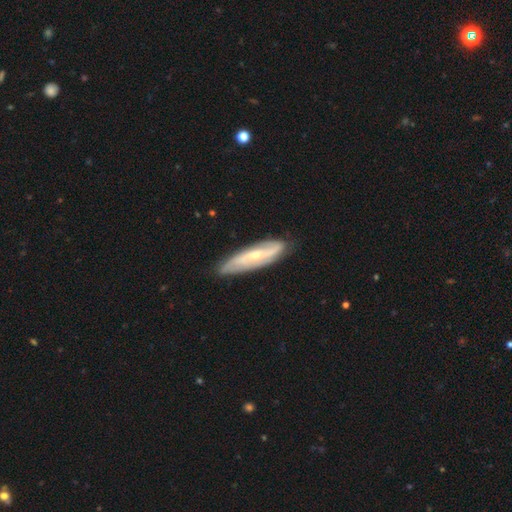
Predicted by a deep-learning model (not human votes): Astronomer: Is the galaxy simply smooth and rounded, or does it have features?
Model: featured or disk — 74%.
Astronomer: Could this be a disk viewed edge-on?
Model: no — 73%.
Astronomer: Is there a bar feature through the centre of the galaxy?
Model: no — 45% (runner-up: weak, 35%).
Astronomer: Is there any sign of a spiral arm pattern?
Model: yes — 88%.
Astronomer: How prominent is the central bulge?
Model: small — 63%.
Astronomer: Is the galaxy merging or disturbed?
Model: none — 81%.